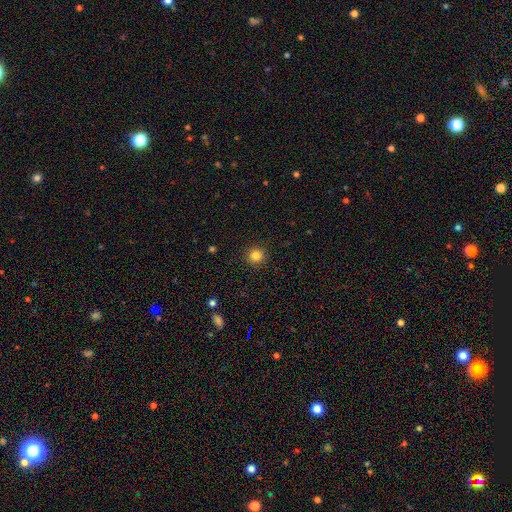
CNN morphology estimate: A smooth galaxy with no disk features (84%) that is round (93%).

Vote fractions:
- Smooth or featured? smooth: 84% / star or artifact: 12% / featured or disk: 4%
- How rounded? round: 93% / in between: 6% / cigar-shaped: 1%
- Merging? none: 92% / minor disturbance: 5% / major disturbance: 2% / merger: 1%